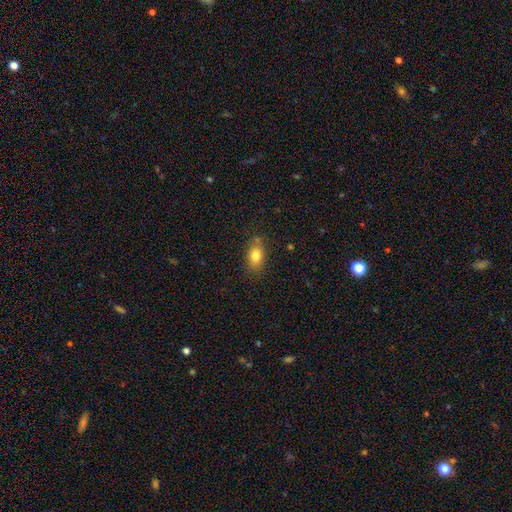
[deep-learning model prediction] This is clearly a smooth galaxy (81%). How rounded: clearly in between (82%). Merging: likely none (76%).